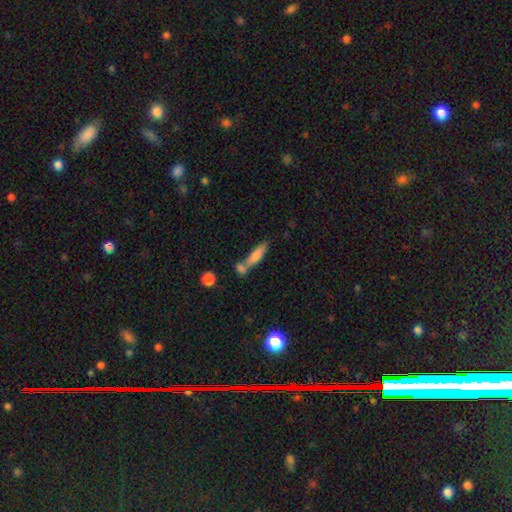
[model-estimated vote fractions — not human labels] Morphology: type=smooth (74%); roundness=cigar-shaped (67%); merging=none (43%).